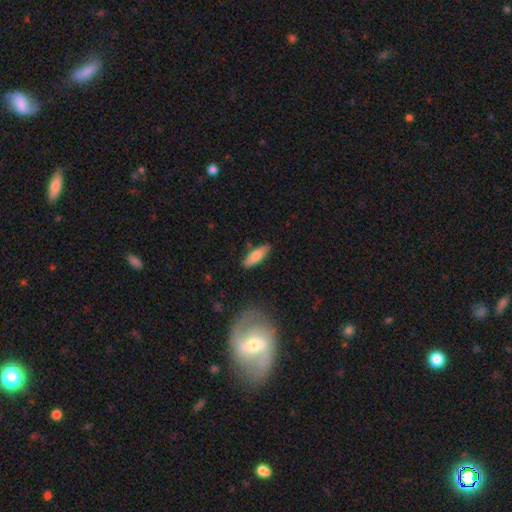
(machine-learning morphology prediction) Smooth or featured?
  - smooth: 74% *
  - featured or disk: 20%
  - star or artifact: 6%
How rounded?
  - in between: 55% *
  - cigar-shaped: 43%
  - round: 2%
Merging?
  - none: 83% *
  - minor disturbance: 12%
  - major disturbance: 2%
  - merger: 2%